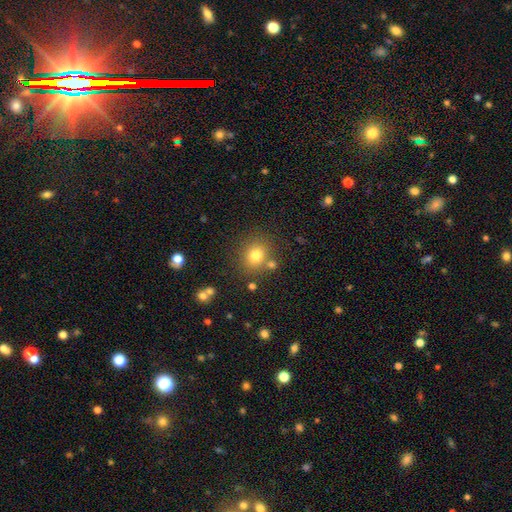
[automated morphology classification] Smooth or featured?
  - smooth: 78% *
  - star or artifact: 13%
  - featured or disk: 9%
How rounded?
  - round: 75% *
  - in between: 24%
  - cigar-shaped: 1%
Merging?
  - none: 76% *
  - minor disturbance: 11%
  - merger: 10%
  - major disturbance: 4%